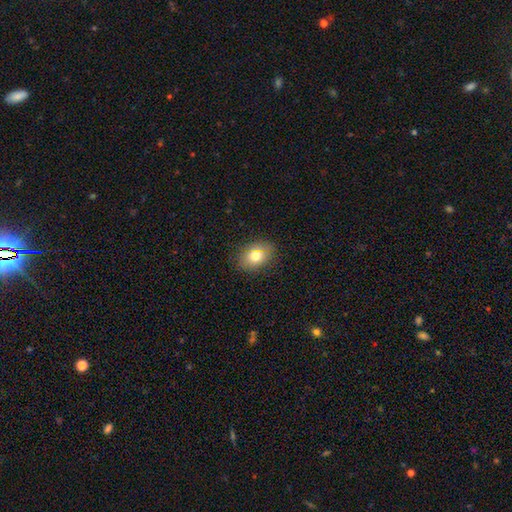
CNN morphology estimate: smooth_or_featured: smooth (p=0.77) [alt: featured or disk p=0.13]
how_rounded: in between (p=0.69) [alt: round p=0.30]
merging: none (p=0.85) [alt: minor disturbance p=0.11]